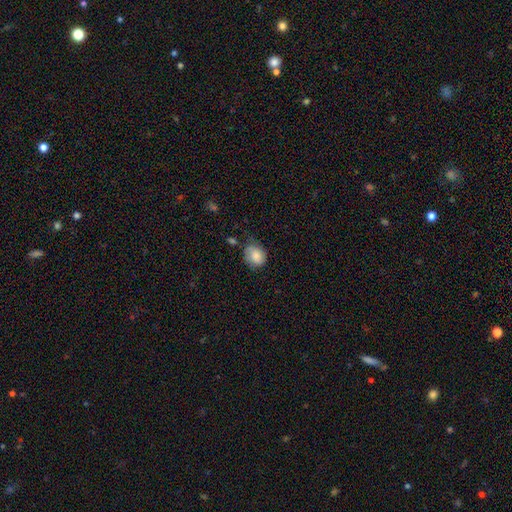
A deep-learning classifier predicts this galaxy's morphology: This appears to be a smooth galaxy with no disk features (78%) that is round (50%). Merging: none (52%).